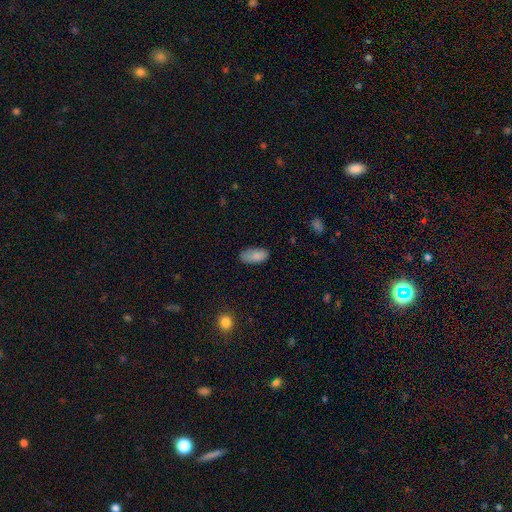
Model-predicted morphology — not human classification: smooth_or_featured: smooth (p=0.85) [alt: featured or disk p=0.08]
how_rounded: in between (p=0.89) [alt: cigar-shaped p=0.09]
merging: none (p=0.71) [alt: minor disturbance p=0.22]